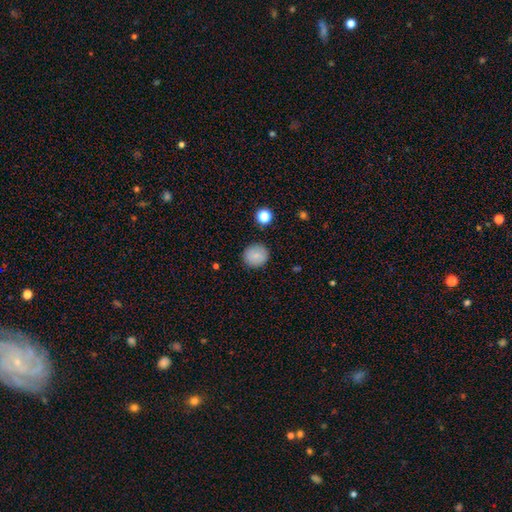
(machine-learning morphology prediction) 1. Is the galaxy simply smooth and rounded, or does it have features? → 83% smooth, 9% star or artifact, 8% featured or disk.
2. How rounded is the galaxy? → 90% round, 9% in between, 1% cigar-shaped.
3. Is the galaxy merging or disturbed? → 89% none, 7% minor disturbance, 2% major disturbance, 1% merger.